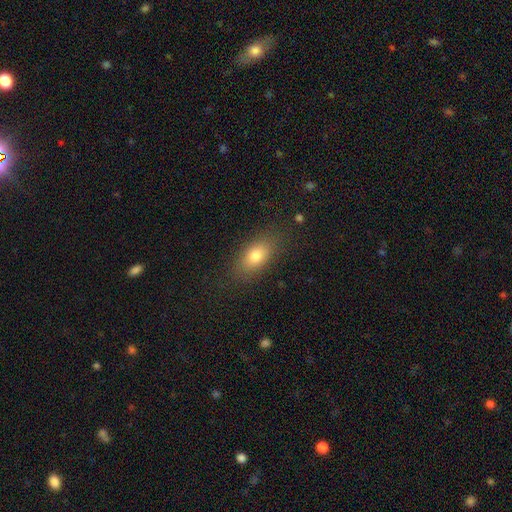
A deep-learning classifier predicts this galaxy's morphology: Overall: smooth (78%). How rounded: in between (84%). Merging: none (82%).